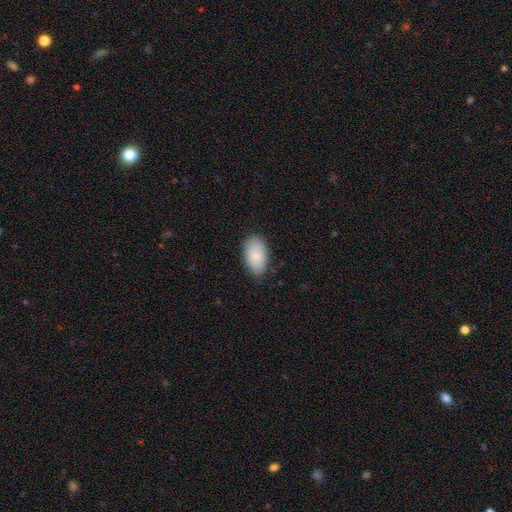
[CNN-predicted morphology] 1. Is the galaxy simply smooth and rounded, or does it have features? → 85% smooth, 9% featured or disk, 6% star or artifact.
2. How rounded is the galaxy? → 94% in between, 4% round, 2% cigar-shaped.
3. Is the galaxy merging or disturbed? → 81% none, 15% minor disturbance, 3% major disturbance, 1% merger.